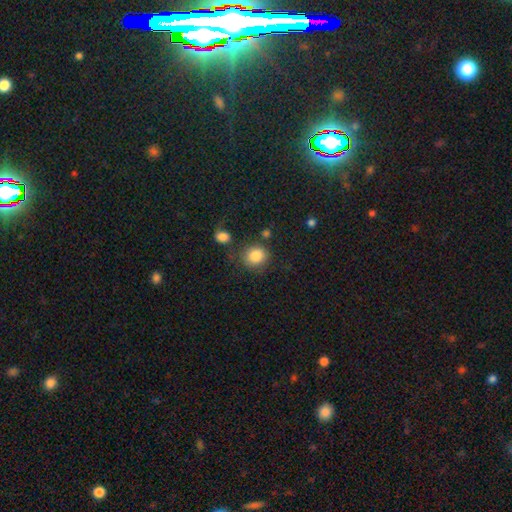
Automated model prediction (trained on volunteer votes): Q: Smooth or featured?
A: smooth (85%); runner-up: star or artifact (9%)
Q: How rounded?
A: round (82%); runner-up: in between (17%)
Q: Merging?
A: none (75%); runner-up: minor disturbance (12%)